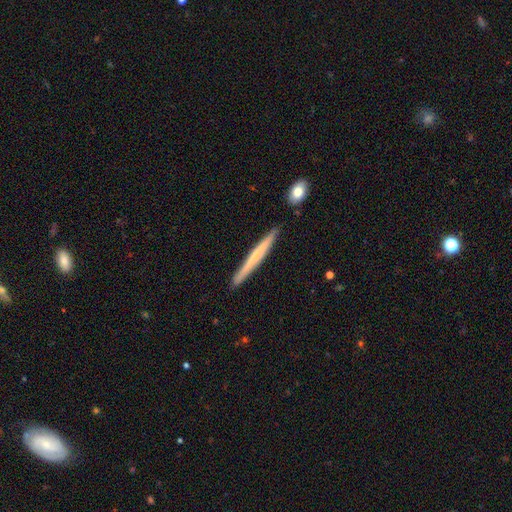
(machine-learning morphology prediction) This is possibly a smooth galaxy (48%). Merging: clearly none (89%).